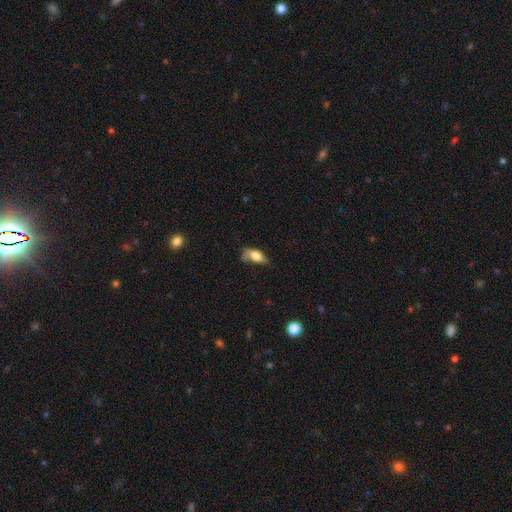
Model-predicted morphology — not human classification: Smooth or featured?
  - smooth: 64% *
  - featured or disk: 28%
  - star or artifact: 8%
How rounded?
  - in between: 84% *
  - cigar-shaped: 9%
  - round: 7%
Merging?
  - none: 36% *
  - minor disturbance: 34%
  - major disturbance: 26%
  - merger: 4%